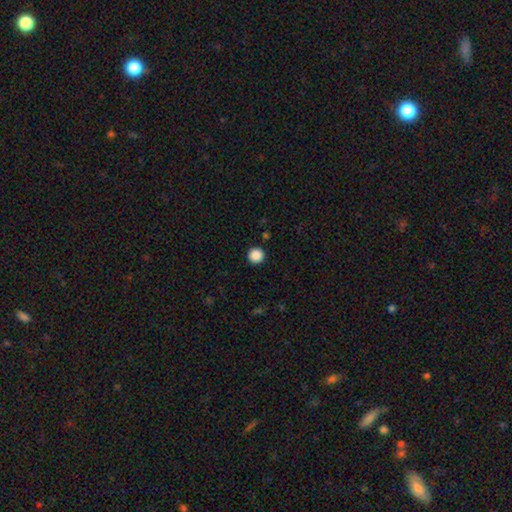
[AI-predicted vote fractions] Smooth or featured? Predicted: smooth (p=0.88). How rounded? Predicted: round (p=0.96). Merging? Predicted: none (p=0.93).